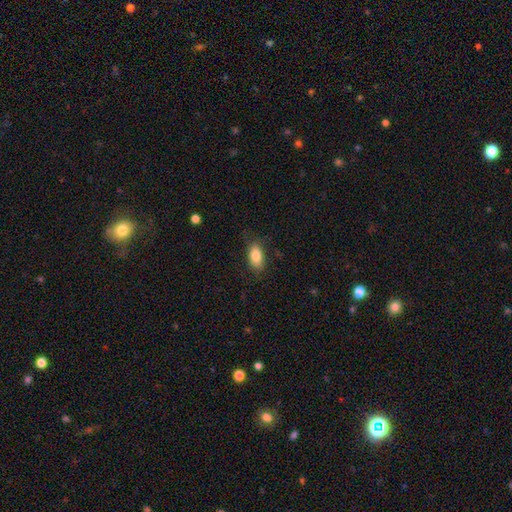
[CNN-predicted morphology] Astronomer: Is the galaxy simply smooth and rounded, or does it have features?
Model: smooth — 83%.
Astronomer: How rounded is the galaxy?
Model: in between — 90%.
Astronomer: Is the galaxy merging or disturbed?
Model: none — 80%.